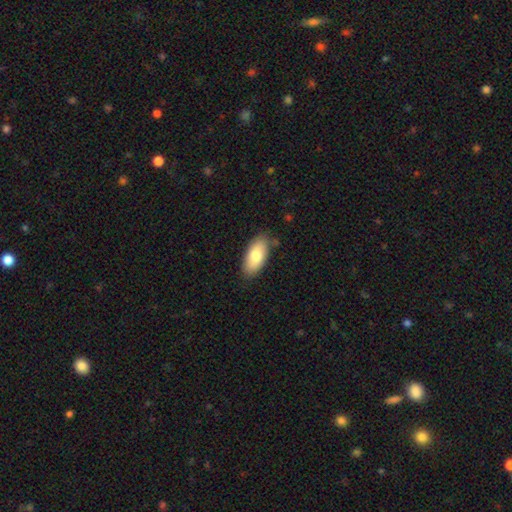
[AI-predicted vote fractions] A smooth galaxy with no disk features (79%) that is in between round and cigar-shaped (91%).

Vote fractions:
- Smooth or featured? smooth: 79% / featured or disk: 15% / star or artifact: 6%
- How rounded? in between: 91% / cigar-shaped: 7% / round: 2%
- Merging? none: 82% / minor disturbance: 14% / major disturbance: 3% / merger: 2%